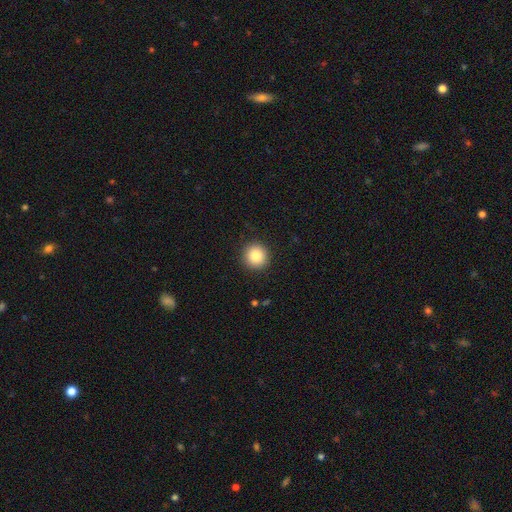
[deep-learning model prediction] Smooth or featured? Predicted: smooth (p=0.85). How rounded? Predicted: round (p=0.94). Merging? Predicted: none (p=0.92).